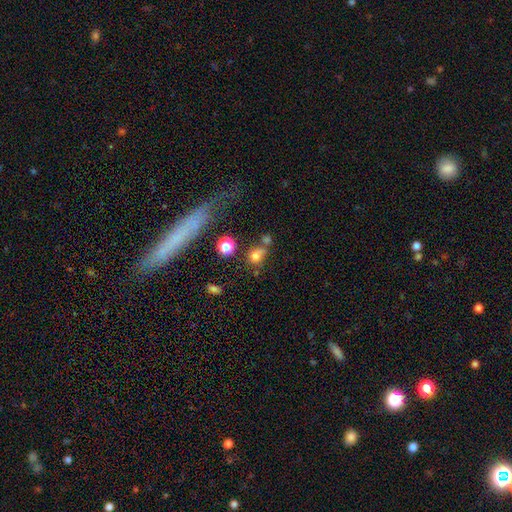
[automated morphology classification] A smooth galaxy with no disk features (70%) that is round (65%). Merging: none (47%).